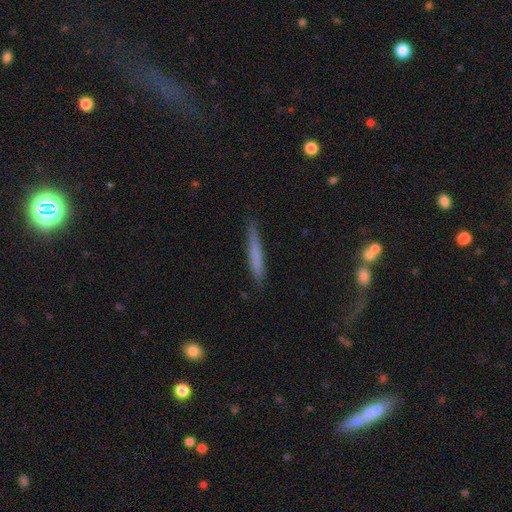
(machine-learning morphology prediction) smooth 69%, featured or disk 25%, star or artifact 7%. Down the decision tree: how rounded — cigar-shaped (96%); merging — none (86%).